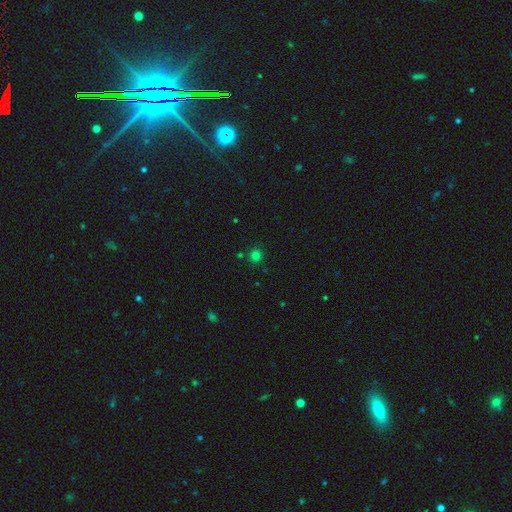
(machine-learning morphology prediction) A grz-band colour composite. It shows a smooth galaxy with no disk features (74%) that is round (94%). Merging: none (89%).